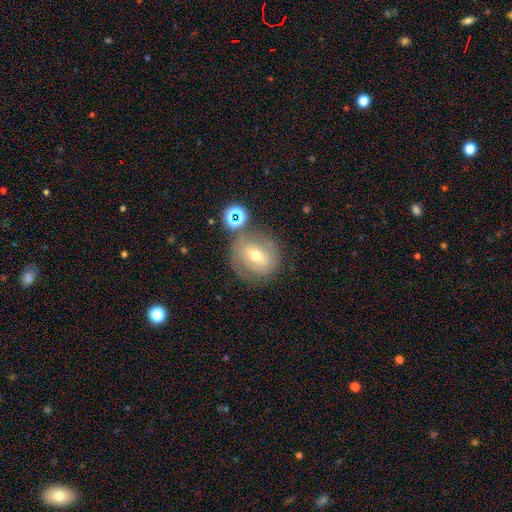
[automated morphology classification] Smooth or featured: featured or disk — 46% (smooth — 41%)
Merging: none — 68% (minor disturbance — 15%)